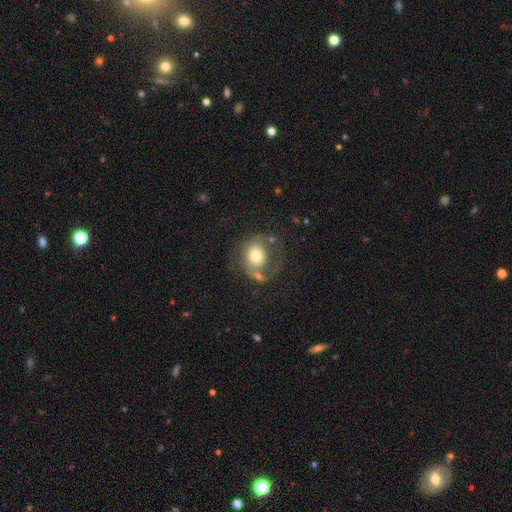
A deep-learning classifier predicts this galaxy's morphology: Smooth or featured? smooth (58%)
How rounded? round (70%)
Merging? none (37%)